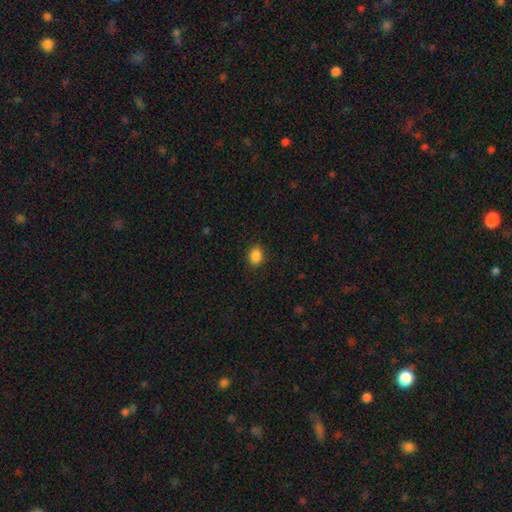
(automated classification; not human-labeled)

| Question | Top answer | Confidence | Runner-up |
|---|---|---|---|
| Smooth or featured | smooth | 88% | star or artifact (9%) |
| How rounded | in between | 57% | round (42%) |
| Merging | none | 88% | minor disturbance (9%) |